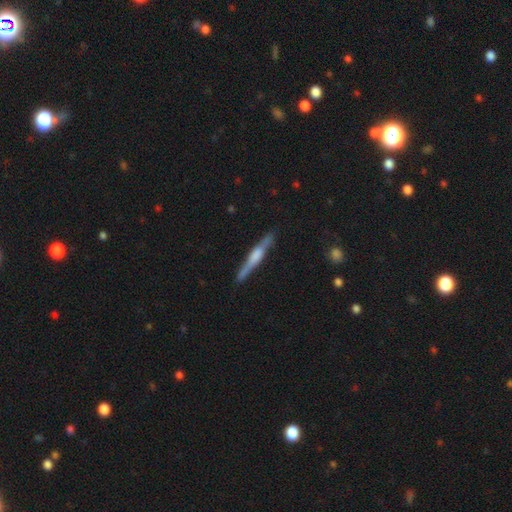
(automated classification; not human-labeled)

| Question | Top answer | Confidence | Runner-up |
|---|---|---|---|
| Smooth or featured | featured or disk | 69% | smooth (26%) |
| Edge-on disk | yes | 97% | no (3%) |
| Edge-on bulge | rounded | 49% | boxy (39%) |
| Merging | none | 86% | minor disturbance (11%) |